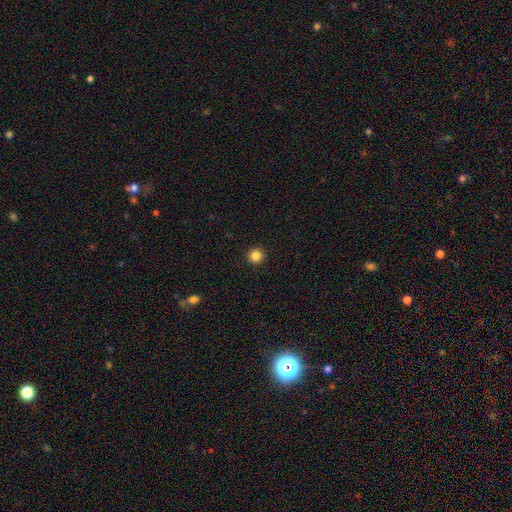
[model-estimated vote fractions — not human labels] smooth_or_featured: smooth (p=0.85) [alt: star or artifact p=0.12]
how_rounded: round (p=0.96) [alt: in between p=0.03]
merging: none (p=0.94) [alt: minor disturbance p=0.04]